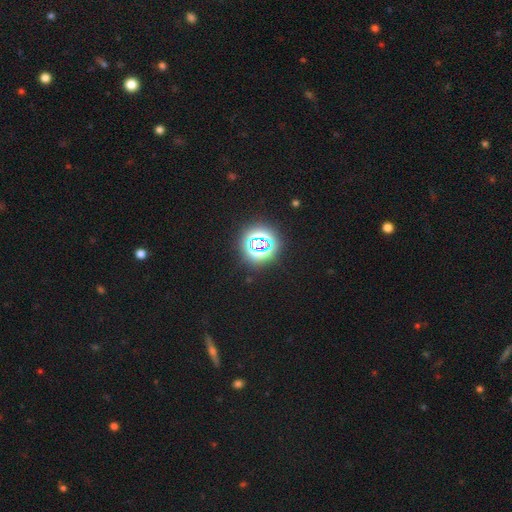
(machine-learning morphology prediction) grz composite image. It shows a star or artifact, not a galaxy (70%).